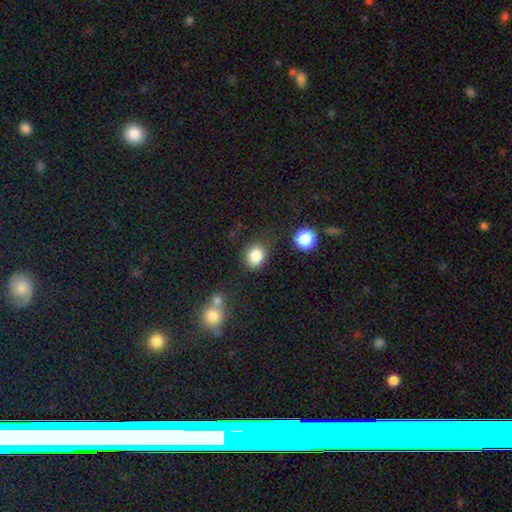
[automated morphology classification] Overall: smooth (85%). How rounded: round (60%; in between 39%). Merging: none (76%).